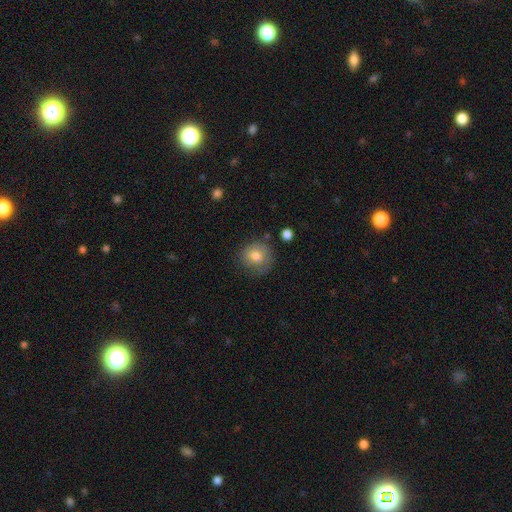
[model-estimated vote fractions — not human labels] This is likely a smooth galaxy (75%). How rounded: clearly round (84%). Merging: likely none (69%).